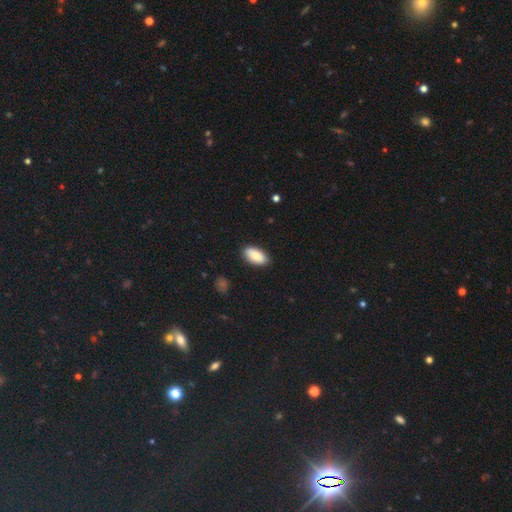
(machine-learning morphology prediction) Smooth or featured? Predicted: smooth (p=0.86). How rounded? Predicted: in between (p=0.91). Merging? Predicted: none (p=0.86).